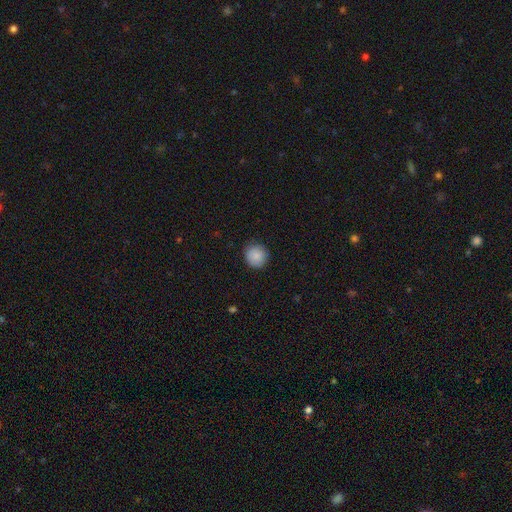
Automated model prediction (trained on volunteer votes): This is clearly a smooth galaxy (87%). How rounded: clearly round (94%). Merging: clearly none (89%).